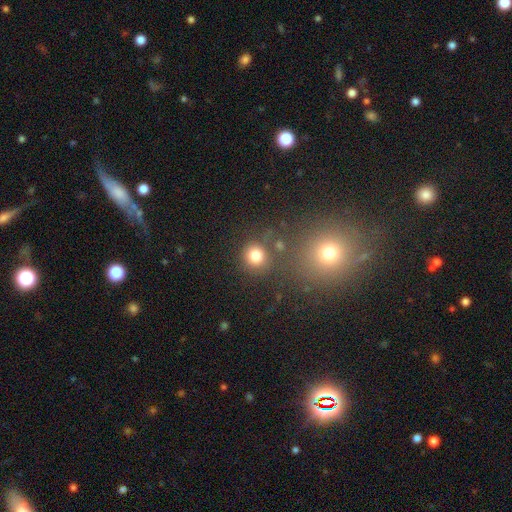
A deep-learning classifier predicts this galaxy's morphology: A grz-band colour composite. It shows a smooth galaxy with no disk features (79%) that is round (91%). Merging: none (76%).